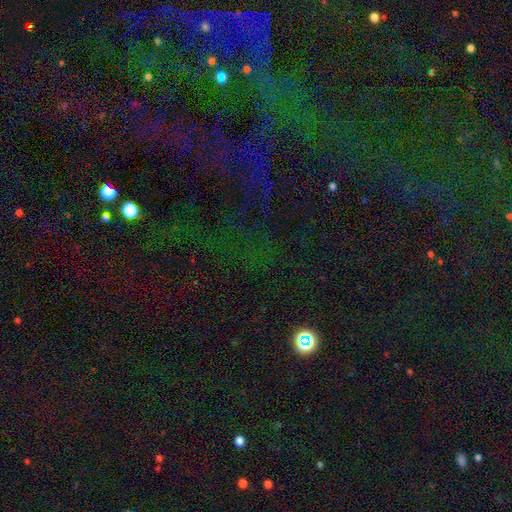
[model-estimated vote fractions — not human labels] Morphology: type=star or artifact (74%).